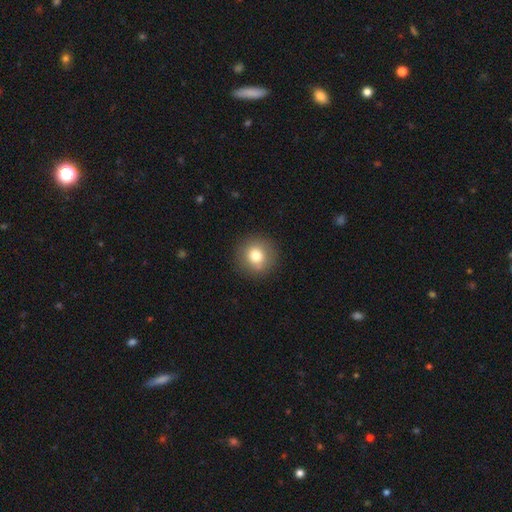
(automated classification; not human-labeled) smooth 78%, featured or disk 12%, star or artifact 10%. Down the decision tree: how rounded — round (93%); merging — none (89%).